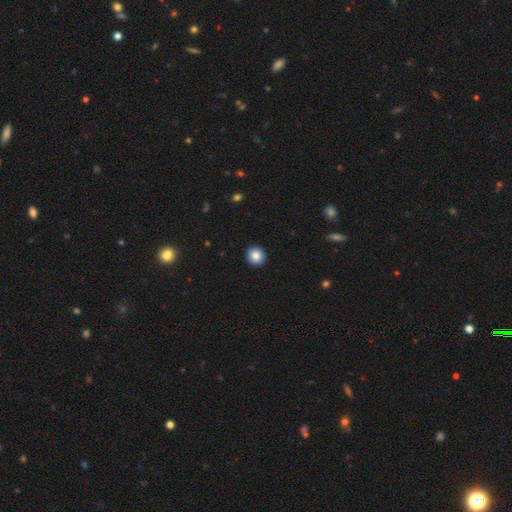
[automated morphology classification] Smooth or featured?
  - smooth: 86% *
  - star or artifact: 9%
  - featured or disk: 5%
How rounded?
  - round: 93% *
  - in between: 6%
  - cigar-shaped: 1%
Merging?
  - none: 93% *
  - minor disturbance: 5%
  - major disturbance: 1%
  - merger: 1%